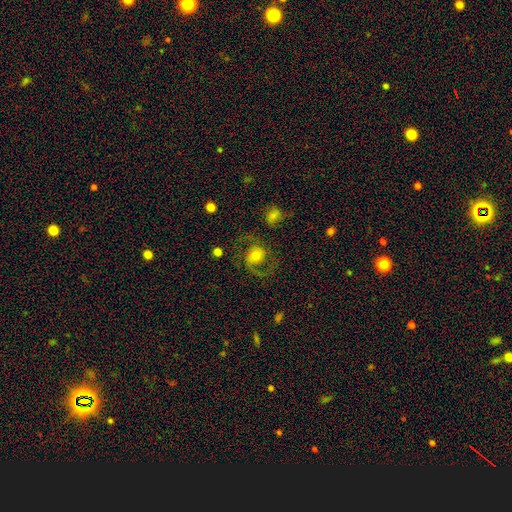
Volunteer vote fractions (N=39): Smooth or featured? featured or disk (77%)
Edge-on disk? no (100%)
Bar? no (57%)
Spiral arms? yes (100%)
Spiral winding? medium (63%)
Spiral arm count? 2 (90%)
Bulge size? moderate (57%)
Merging? none (61%)